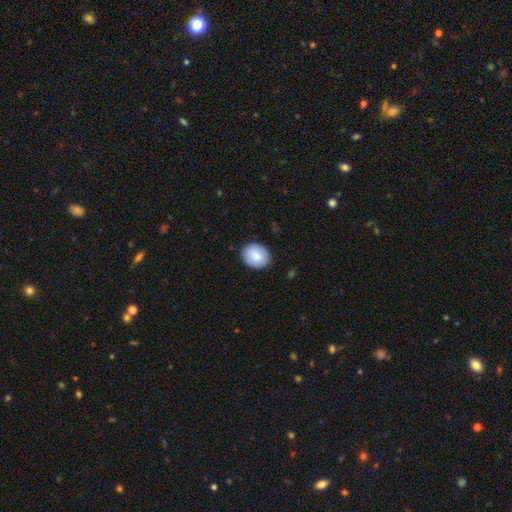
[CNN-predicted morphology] Smooth or featured? Predicted: smooth (p=0.83). How rounded? Predicted: round (p=0.56). Merging? Predicted: none (p=0.87).